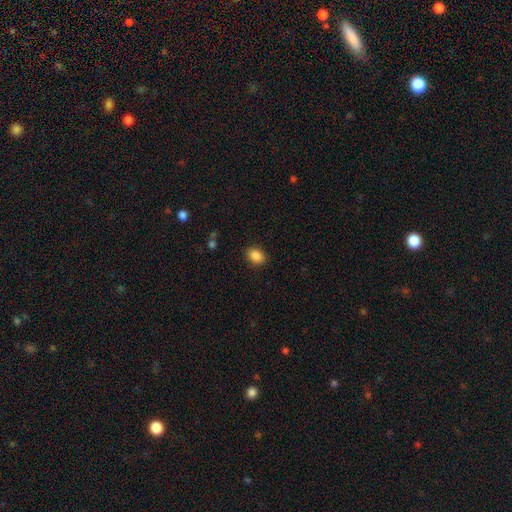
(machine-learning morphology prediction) Overall: smooth (88%). How rounded: in between (70%). Merging: none (88%).